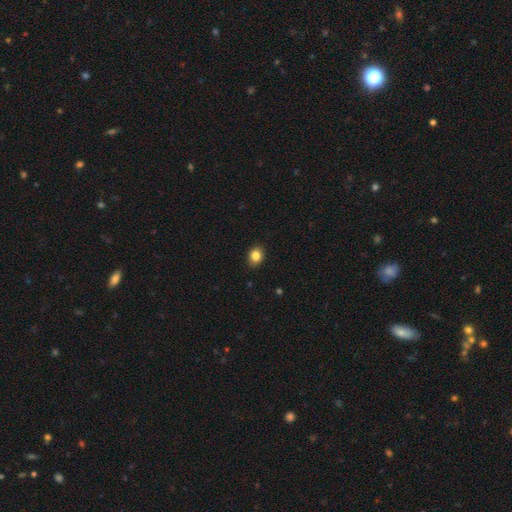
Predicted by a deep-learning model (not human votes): Morphology: type=smooth (85%); roundness=in between (50%); merging=none (88%).